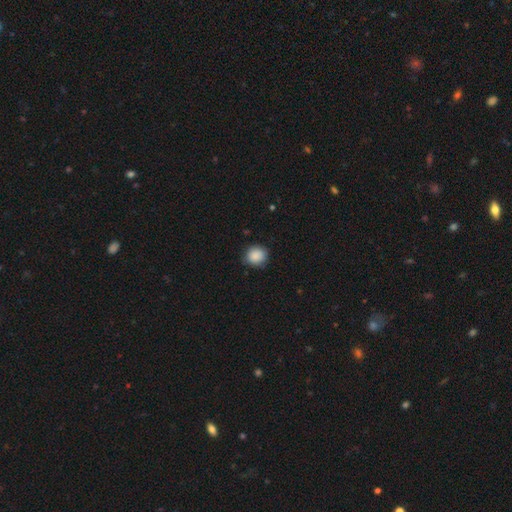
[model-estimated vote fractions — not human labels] smooth 89%, star or artifact 8%, featured or disk 4%. Down the decision tree: how rounded — round (76%); merging — none (81%).